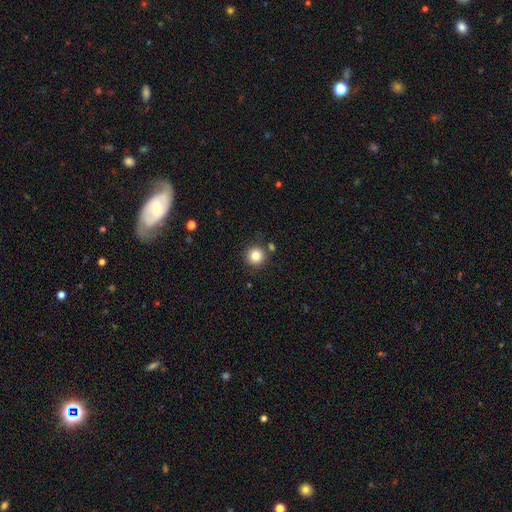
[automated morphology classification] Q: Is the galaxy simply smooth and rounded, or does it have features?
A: smooth — 83%.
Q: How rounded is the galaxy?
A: round — 94%.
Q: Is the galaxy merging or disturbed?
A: none — 83%.